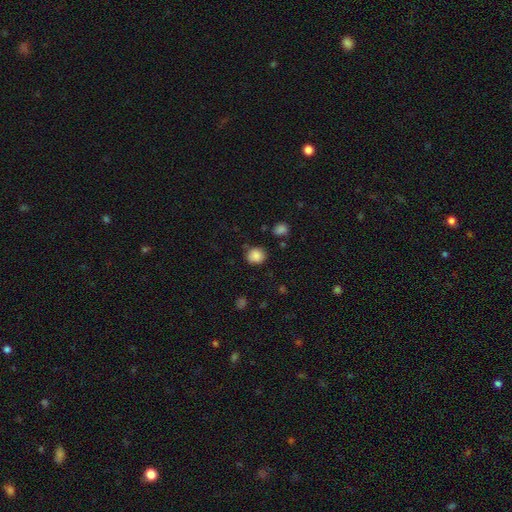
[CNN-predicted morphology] The model was most divided on "how rounded": round: 82%, in between: 17%, cigar-shaped: 1%. More confident: smooth or featured — smooth (87%); merging — none (82%).